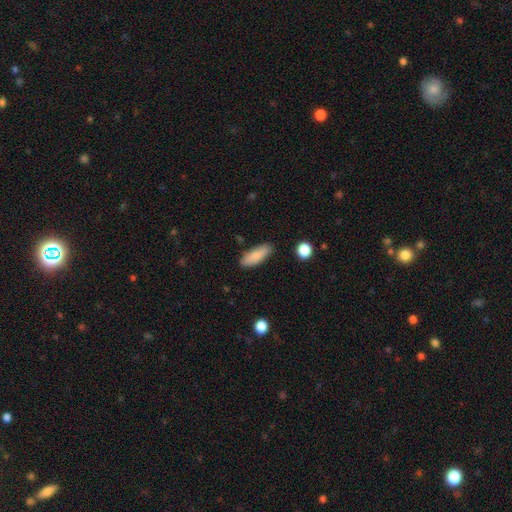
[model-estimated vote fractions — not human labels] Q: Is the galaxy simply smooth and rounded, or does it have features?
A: smooth — 84%.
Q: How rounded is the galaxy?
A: in between — 65%.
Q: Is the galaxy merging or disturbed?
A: none — 85%.